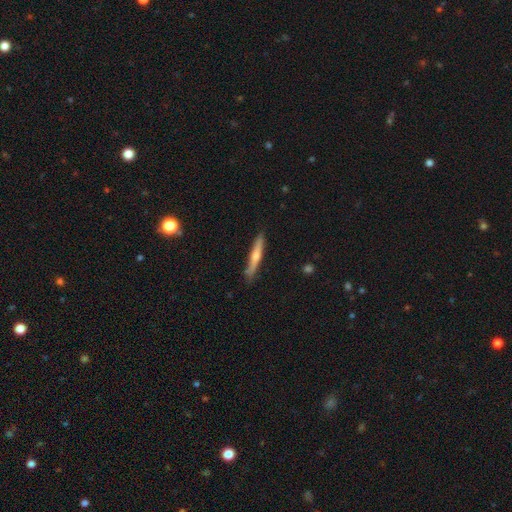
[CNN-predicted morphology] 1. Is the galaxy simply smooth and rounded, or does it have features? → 56% featured or disk, 38% smooth, 6% star or artifact.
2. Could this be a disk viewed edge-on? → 95% yes, 5% no.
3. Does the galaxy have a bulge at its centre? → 79% rounded, 16% none, 5% boxy.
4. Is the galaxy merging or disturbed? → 87% none, 10% minor disturbance, 2% major disturbance, 1% merger.